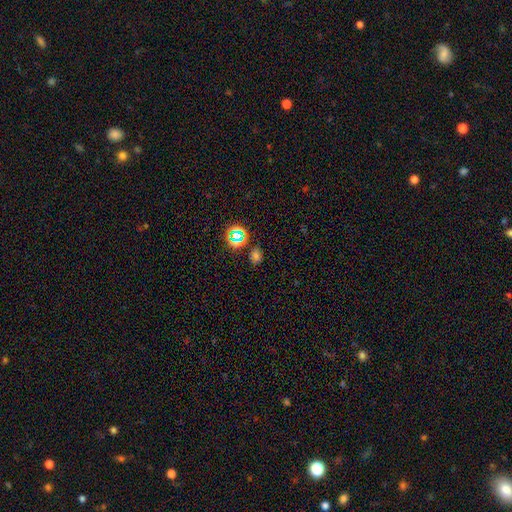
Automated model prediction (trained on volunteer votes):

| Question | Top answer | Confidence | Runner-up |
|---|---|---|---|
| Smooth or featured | smooth | 47% | star or artifact (45%) |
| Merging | none | 76% | minor disturbance (10%) |